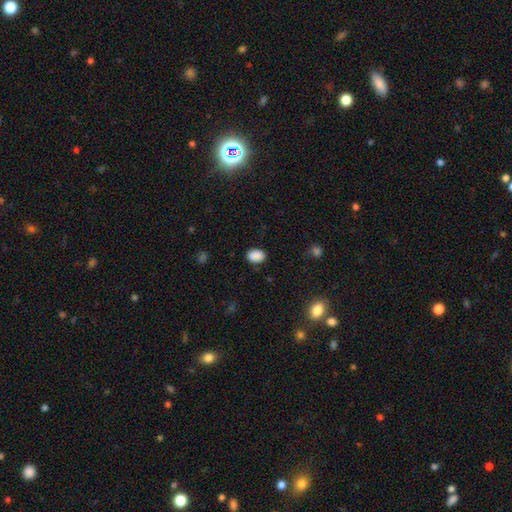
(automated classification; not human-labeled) smooth 89%, star or artifact 8%, featured or disk 3%. Down the decision tree: how rounded — in between (79%); merging — none (85%).